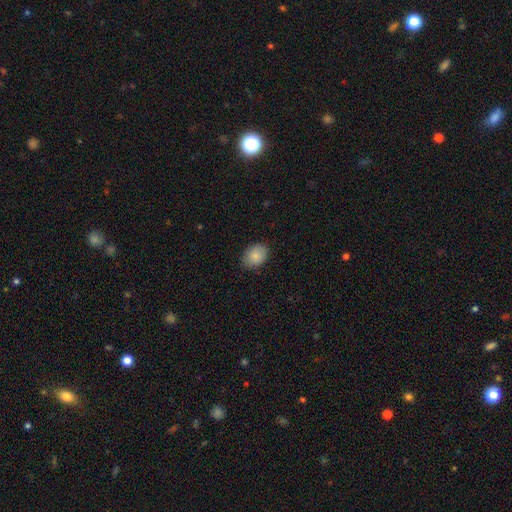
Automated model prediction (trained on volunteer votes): A smooth galaxy with no disk features (86%) that is in between round and cigar-shaped (73%).

Vote fractions:
- Smooth or featured? smooth: 86% / featured or disk: 7% / star or artifact: 7%
- How rounded? in between: 73% / round: 26% / cigar-shaped: 1%
- Merging? none: 83% / minor disturbance: 13% / major disturbance: 2% / merger: 1%